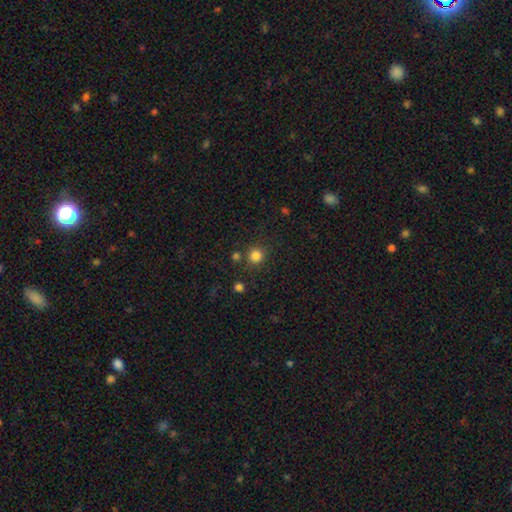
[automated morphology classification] The model was most divided on "smooth or featured": smooth: 82%, star or artifact: 14%, featured or disk: 4%. More confident: how rounded — round (91%); merging — none (80%).